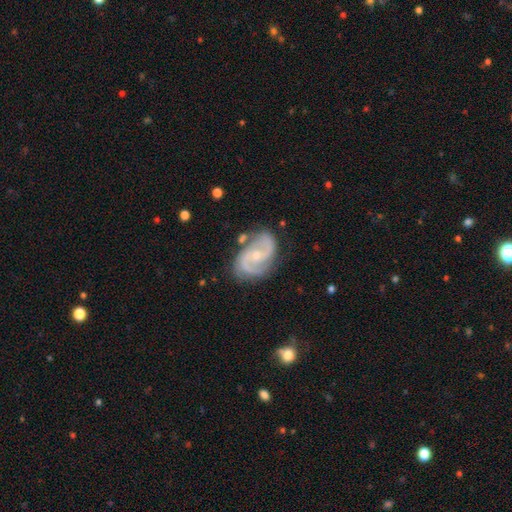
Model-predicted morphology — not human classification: type=featured or disk (89%); edge-on=no (97%); bar=no (57%); spiral arms=yes (97%); winding=medium (55%); arm count=2 (88%); bulge=small (64%); merging=none (75%).